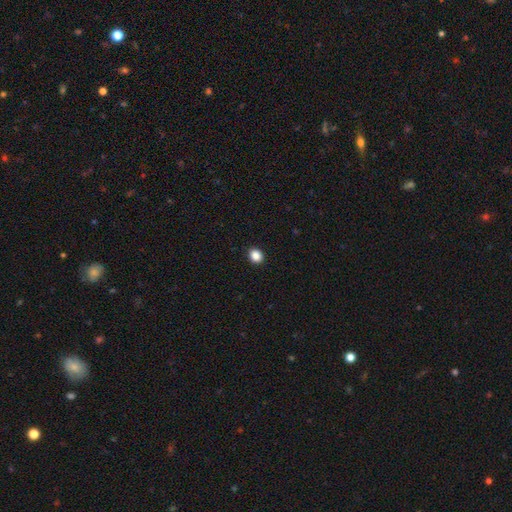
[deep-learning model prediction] Smooth or featured: smooth — 87% (star or artifact — 10%)
How rounded: round — 68% (in between — 31%)
Merging: none — 92% (minor disturbance — 5%)